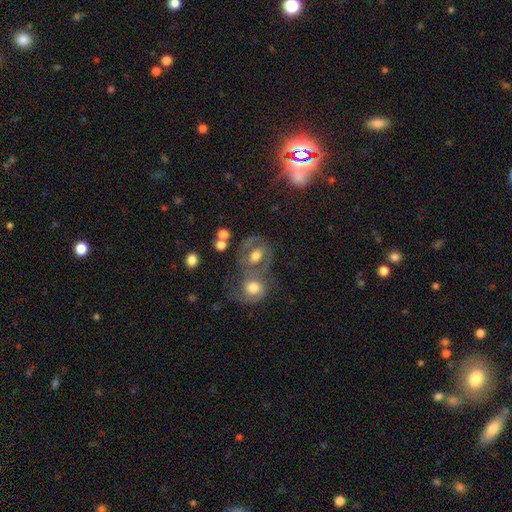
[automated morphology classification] The model was most divided on "merging" (2-way tie): none: 39%, merger: 39%, minor disturbance: 13%, major disturbance: 9%. Remaining: smooth or featured — smooth (46%).